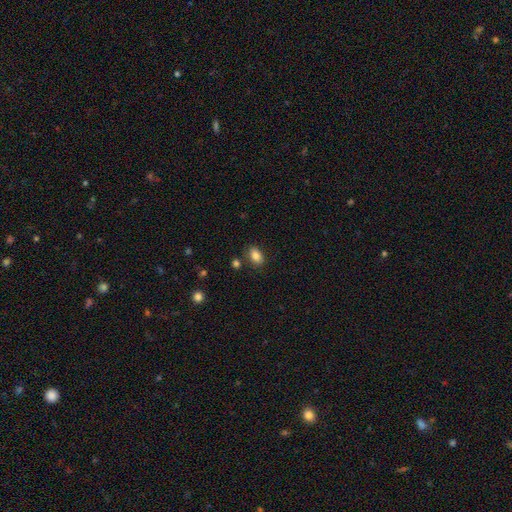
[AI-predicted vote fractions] Overall: smooth (84%). How rounded: in between (85%). Merging: none (82%).